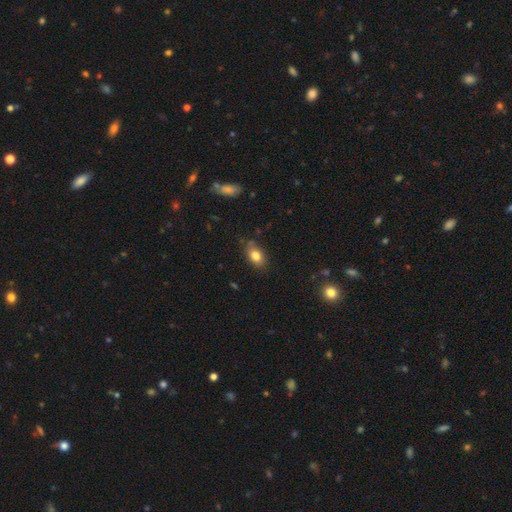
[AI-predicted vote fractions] A smooth galaxy with no disk features (81%) that is in between round and cigar-shaped (81%).

Vote fractions:
- Smooth or featured? smooth: 81% / featured or disk: 10% / star or artifact: 9%
- How rounded? in between: 81% / round: 17% / cigar-shaped: 2%
- Merging? none: 75% / minor disturbance: 19% / major disturbance: 4% / merger: 3%